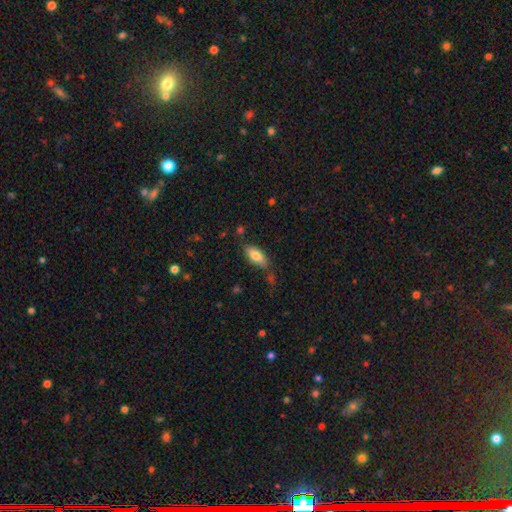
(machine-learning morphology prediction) A smooth galaxy with no disk features (78%) that is in between round and cigar-shaped (82%).

Vote fractions:
- Smooth or featured? smooth: 78% / featured or disk: 15% / star or artifact: 7%
- How rounded? in between: 82% / cigar-shaped: 16% / round: 2%
- Merging? none: 71% / minor disturbance: 19% / major disturbance: 5% / merger: 5%